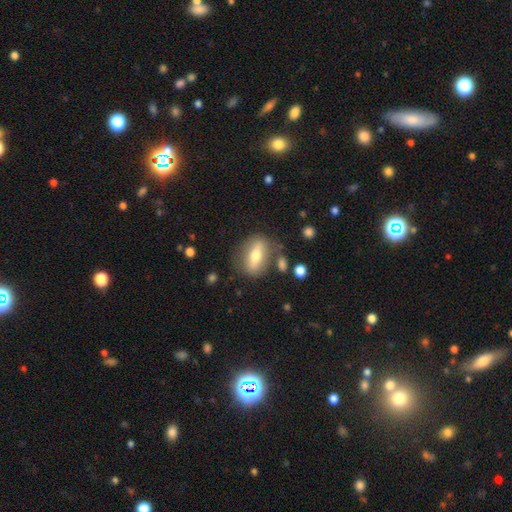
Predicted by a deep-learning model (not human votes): A smooth galaxy with no disk features (48%). Merging: none (72%).